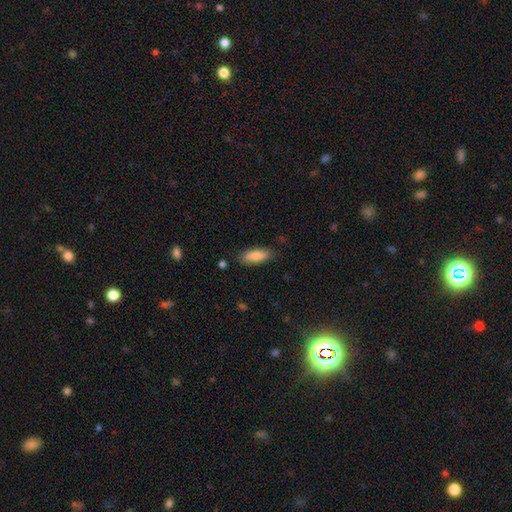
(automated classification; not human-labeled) Smooth or featured: smooth — 83% (featured or disk — 11%)
How rounded: in between — 65% (cigar-shaped — 33%)
Merging: none — 82% (minor disturbance — 13%)